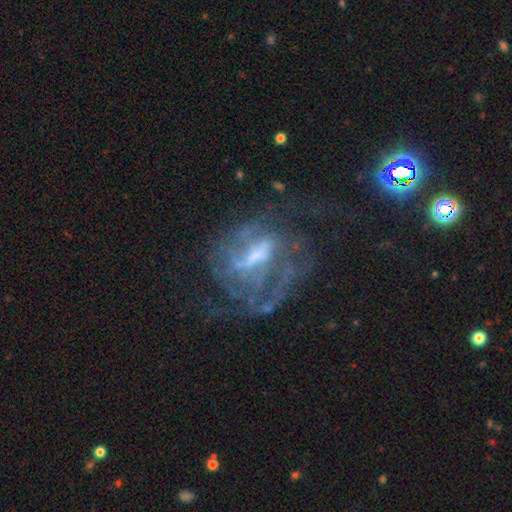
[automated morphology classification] Overall: featured or disk (79%). Edge-on disk: no (95%). Bar: weak (41%; strong 38%). Spiral arms: yes (71%). Spiral arm count: can't tell (38%; 2 31%). Spiral winding: medium (40%; tight 31%). Bulge size: moderate (39%; small 35%). Merging: none (43%; major disturbance 36%).